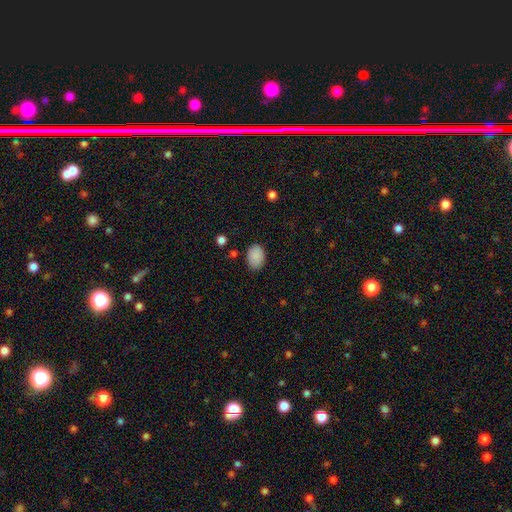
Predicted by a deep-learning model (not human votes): A smooth galaxy with no disk features (89%) that is in between round and cigar-shaped (78%). Merging: none (82%).